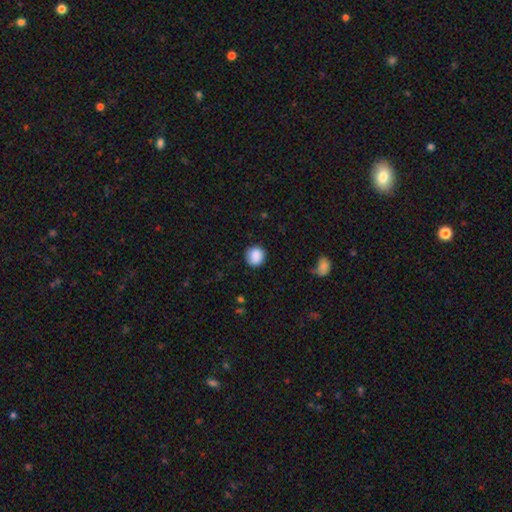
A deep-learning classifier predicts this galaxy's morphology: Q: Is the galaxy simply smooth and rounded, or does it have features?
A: smooth — 88%.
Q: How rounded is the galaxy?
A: round — 87%.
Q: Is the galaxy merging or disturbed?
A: none — 84%.